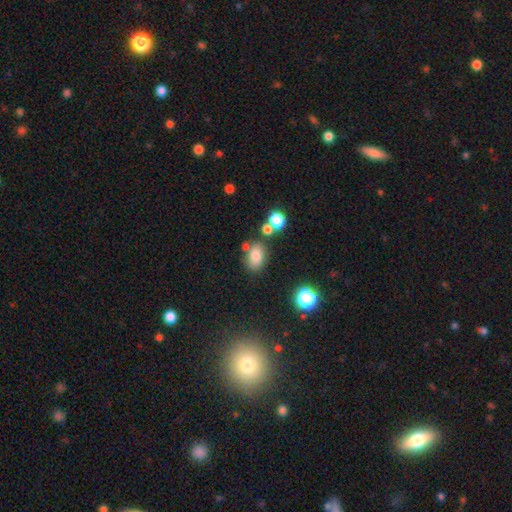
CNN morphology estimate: The model was most divided on "merging": none: 67%, minor disturbance: 14%, merger: 14%, major disturbance: 5%. More confident: how rounded — in between (81%); smooth or featured — smooth (76%).